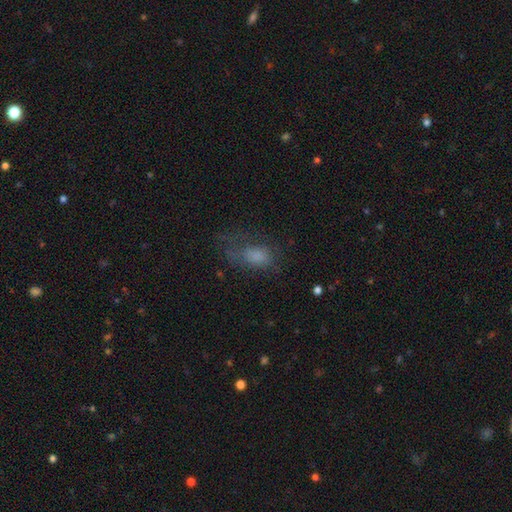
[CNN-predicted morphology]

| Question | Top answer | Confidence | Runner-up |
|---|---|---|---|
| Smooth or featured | smooth | 66% | featured or disk (19%) |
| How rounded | in between | 83% | round (11%) |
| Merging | none | 39% | major disturbance (35%) |